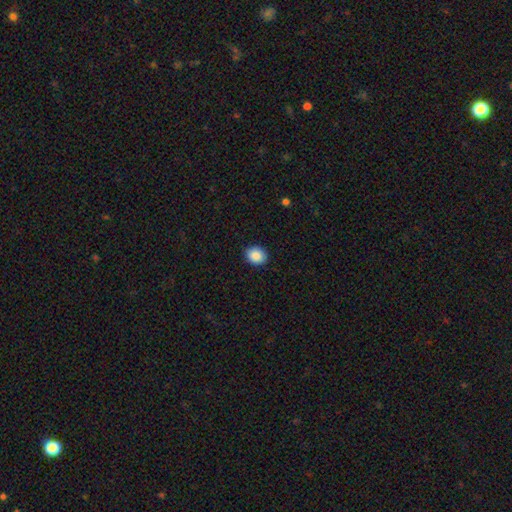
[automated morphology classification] type=smooth (88%); roundness=round (59%); merging=none (90%).